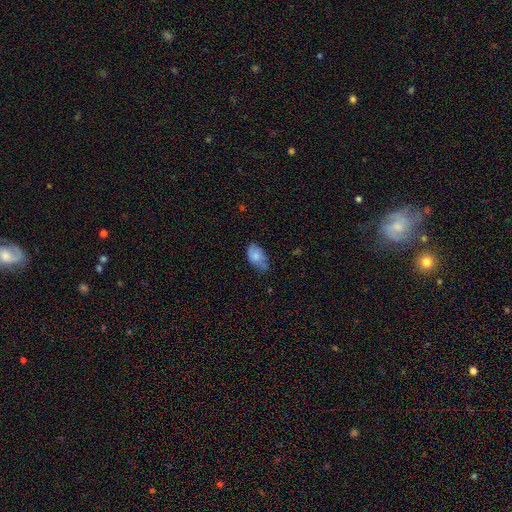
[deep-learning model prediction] smooth_or_featured: smooth (p=0.80) [alt: featured or disk p=0.13]
how_rounded: in between (p=0.92) [alt: round p=0.06]
merging: none (p=0.56) [alt: minor disturbance p=0.35]